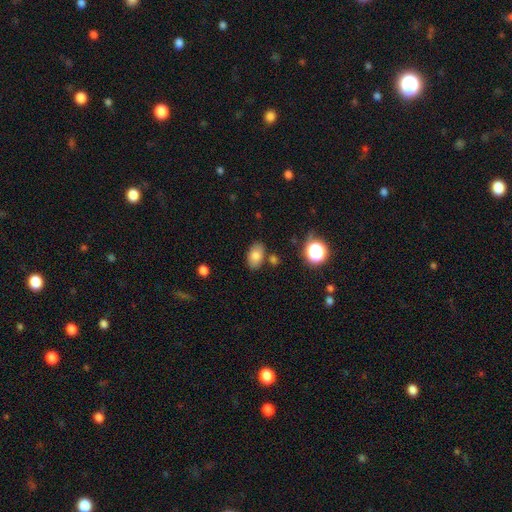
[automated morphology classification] Smooth or featured?
  - smooth: 80% *
  - star or artifact: 11%
  - featured or disk: 10%
How rounded?
  - in between: 88% *
  - round: 10%
  - cigar-shaped: 2%
Merging?
  - none: 78% *
  - minor disturbance: 13%
  - merger: 6%
  - major disturbance: 3%